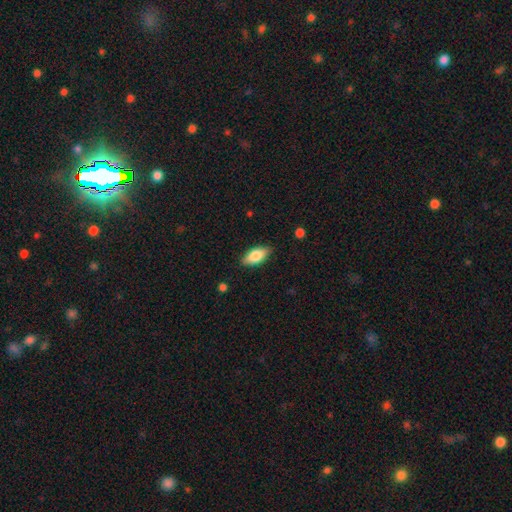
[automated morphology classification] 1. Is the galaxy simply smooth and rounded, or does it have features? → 79% smooth, 14% featured or disk, 6% star or artifact.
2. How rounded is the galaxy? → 88% in between, 9% cigar-shaped, 3% round.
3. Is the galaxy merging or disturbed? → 86% none, 11% minor disturbance, 2% major disturbance, 1% merger.